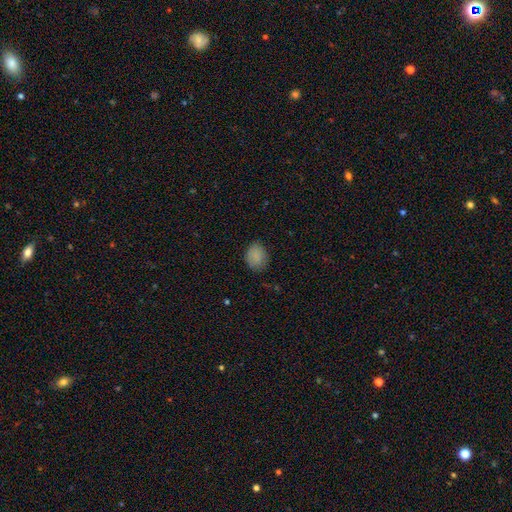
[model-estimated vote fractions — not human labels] smooth_or_featured: smooth (p=0.86) [alt: star or artifact p=0.09]
how_rounded: round (p=0.51) [alt: in between p=0.48]
merging: none (p=0.79) [alt: minor disturbance p=0.17]